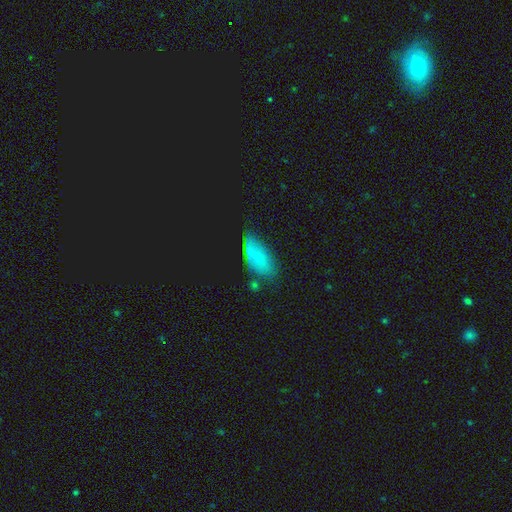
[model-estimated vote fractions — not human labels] This is possibly a smooth galaxy (59%). How rounded: clearly in between (81%). Merging: possibly none (52%).